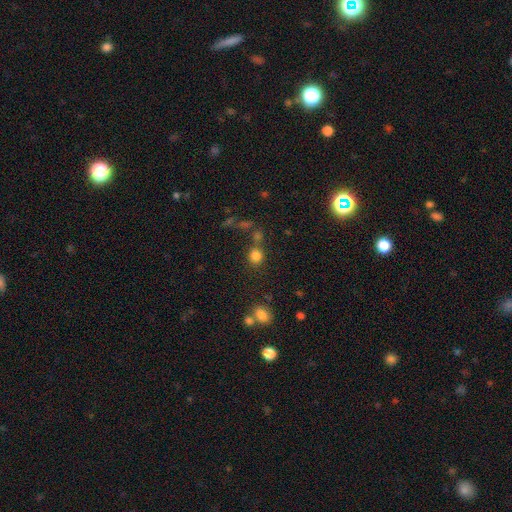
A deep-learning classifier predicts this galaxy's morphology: Smooth or featured? smooth (80%)
How rounded? round (80%)
Merging? none (68%)